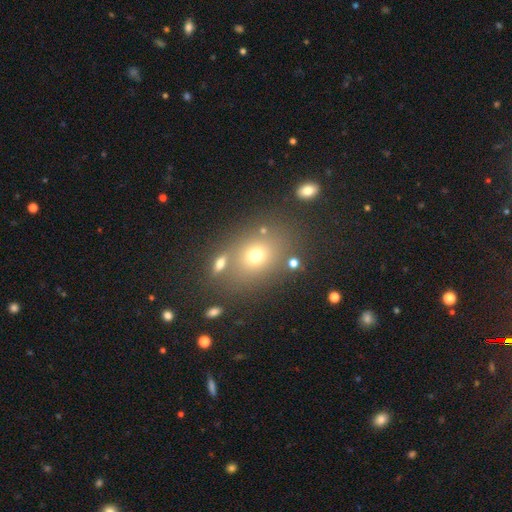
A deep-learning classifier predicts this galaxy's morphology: Smooth or featured: smooth — 67% (star or artifact — 19%)
How rounded: round — 51% (in between — 48%)
Merging: none — 70% (merger — 13%)